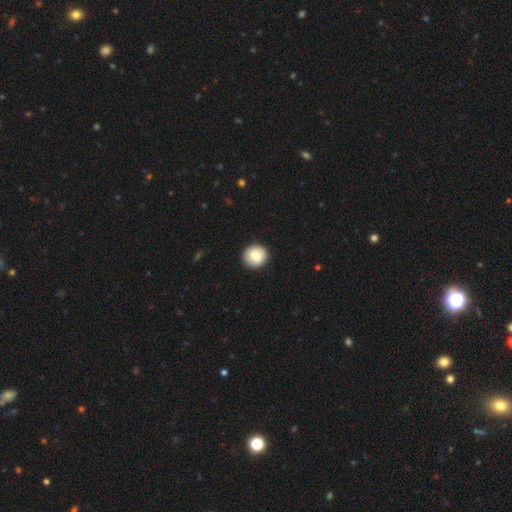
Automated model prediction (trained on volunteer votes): Smooth or featured?
  - smooth: 77% *
  - featured or disk: 16%
  - star or artifact: 7%
How rounded?
  - round: 89% *
  - in between: 10%
  - cigar-shaped: 1%
Merging?
  - none: 91% *
  - minor disturbance: 6%
  - major disturbance: 2%
  - merger: 1%